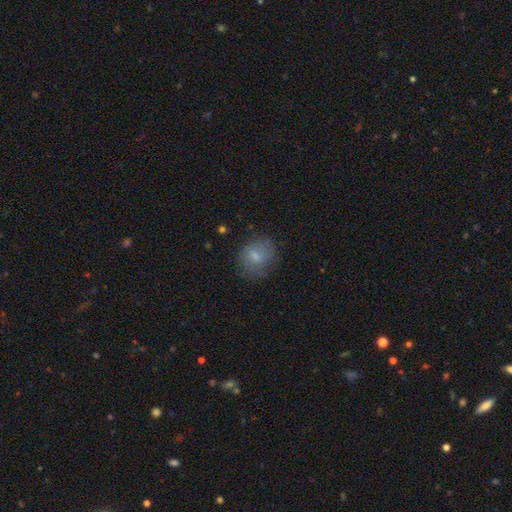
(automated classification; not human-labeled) This is likely a smooth galaxy (69%). How rounded: likely round (63%). Merging: likely none (63%).